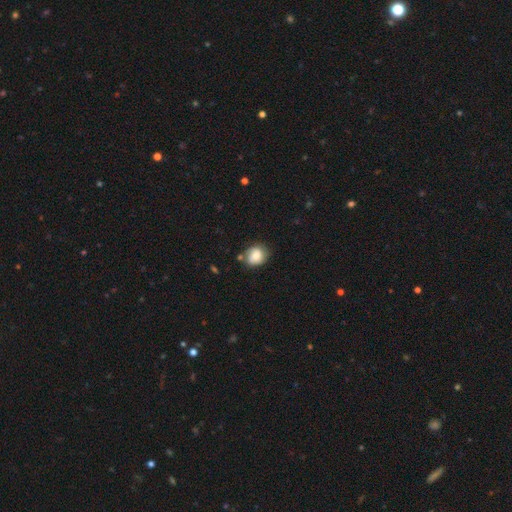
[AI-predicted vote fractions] A smooth galaxy with no disk features (71%) that is round (69%). Merging: none (66%).